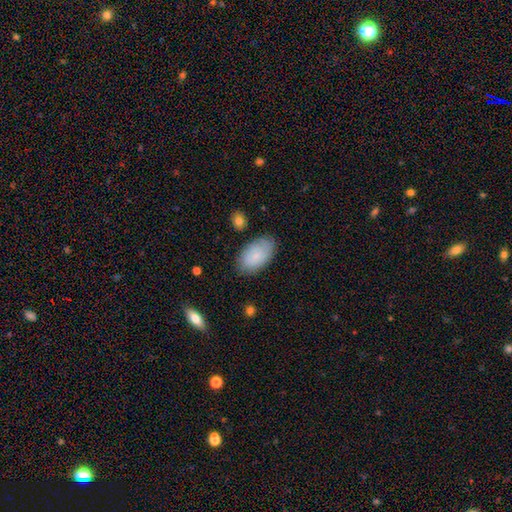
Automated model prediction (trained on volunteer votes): Smooth or featured? Predicted: smooth (p=0.75). How rounded? Predicted: in between (p=0.94). Merging? Predicted: none (p=0.78).